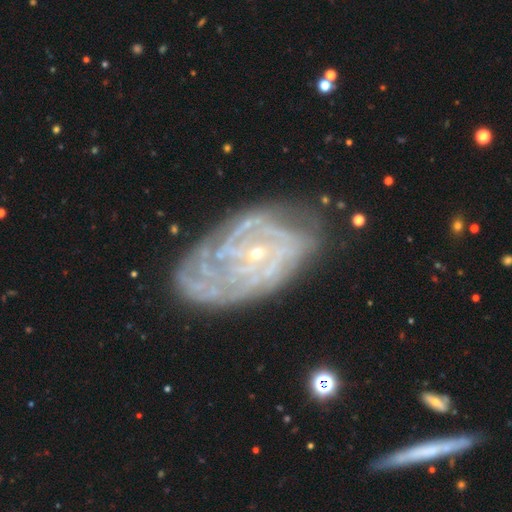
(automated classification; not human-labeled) Smooth or featured: featured or disk — 84% (smooth — 9%)
Edge-on disk: no — 96% (yes — 4%)
Bar: no — 63% (weak — 28%)
Spiral arms: yes — 90% (no — 10%)
Spiral winding: tight — 69% (medium — 24%)
Spiral arm count: can't tell — 43% (2 — 14%)
Bulge size: small — 83% (moderate — 12%)
Merging: none — 61% (minor disturbance — 23%)